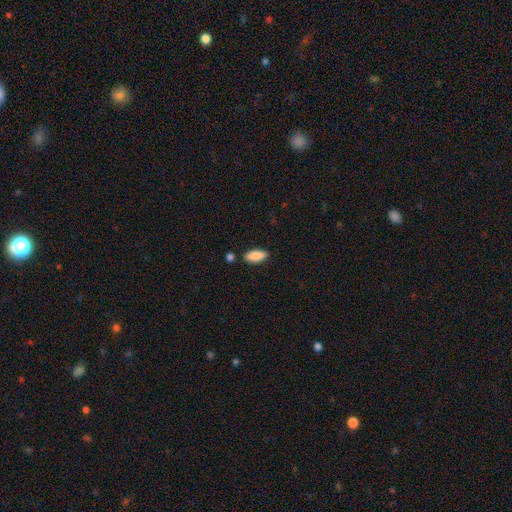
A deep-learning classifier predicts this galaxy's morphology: Smooth or featured? smooth (89%)
How rounded? in between (82%)
Merging? none (83%)